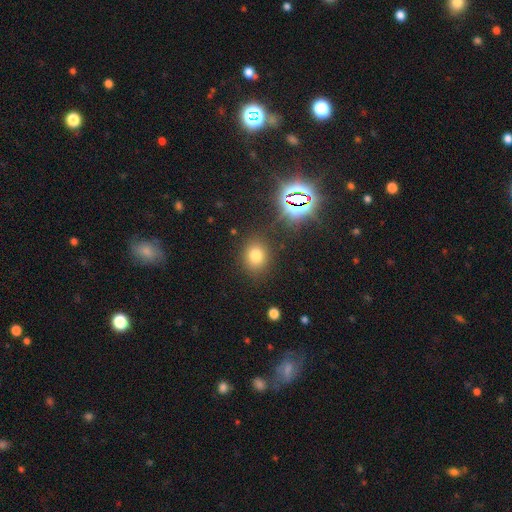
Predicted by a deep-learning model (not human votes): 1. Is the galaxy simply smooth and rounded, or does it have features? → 72% smooth, 20% star or artifact, 8% featured or disk.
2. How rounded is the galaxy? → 66% round, 33% in between, 1% cigar-shaped.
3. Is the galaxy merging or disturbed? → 84% none, 10% minor disturbance, 4% major disturbance, 3% merger.